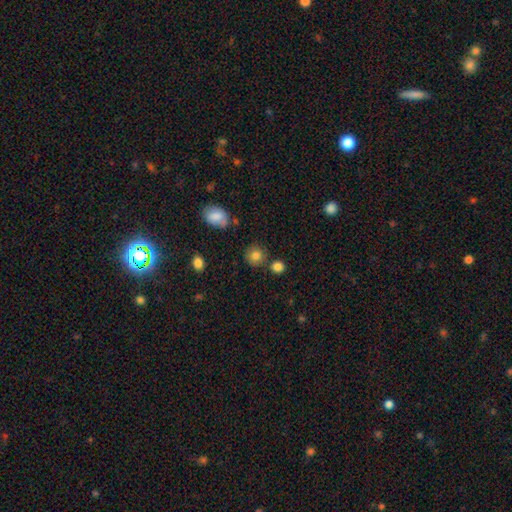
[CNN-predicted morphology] This appears to be a smooth galaxy with no disk features (82%) that is round (87%). Merging: none (78%).